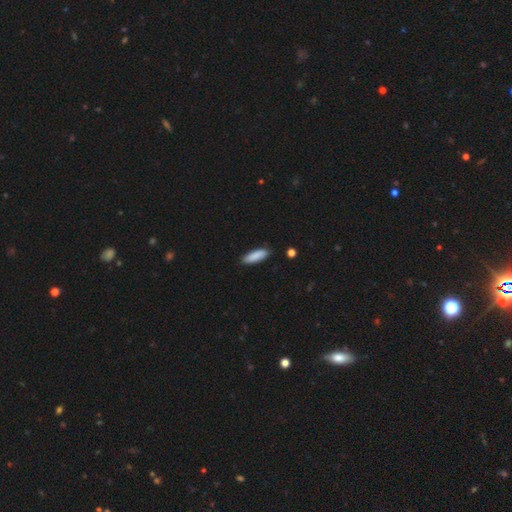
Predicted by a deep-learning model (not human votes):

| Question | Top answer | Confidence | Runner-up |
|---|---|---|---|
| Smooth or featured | smooth | 88% | featured or disk (6%) |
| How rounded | in between | 50% | cigar-shaped (49%) |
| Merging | none | 87% | minor disturbance (10%) |